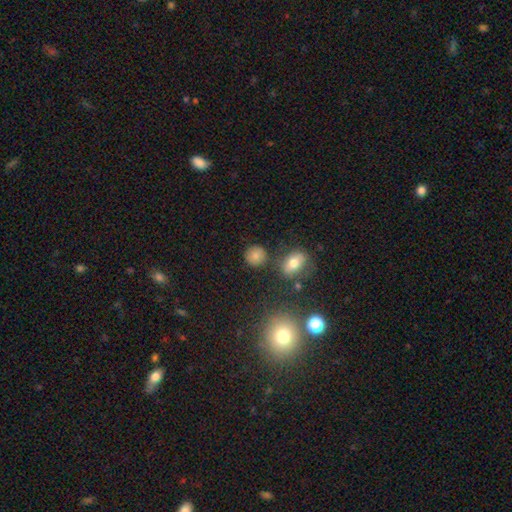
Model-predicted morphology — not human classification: This is clearly a smooth galaxy (81%). How rounded: clearly round (86%). Merging: clearly none (81%).